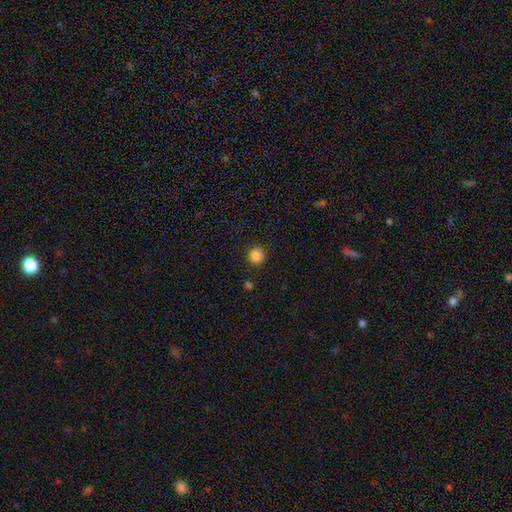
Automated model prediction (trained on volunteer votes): Morphology: type=smooth (85%); roundness=round (92%); merging=none (88%).